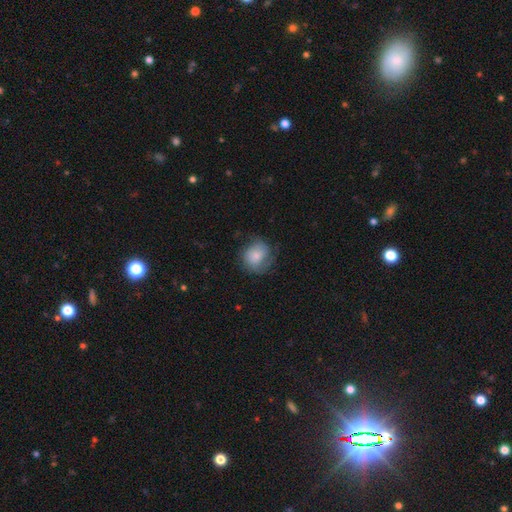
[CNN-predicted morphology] smooth-or-featured: smooth: 67% | featured or disk: 26% | star or artifact: 8%
  how-rounded: round: 75% | in between: 24% | cigar-shaped: 1%
  merging: none: 55% | minor disturbance: 27% | major disturbance: 17% | merger: 1%